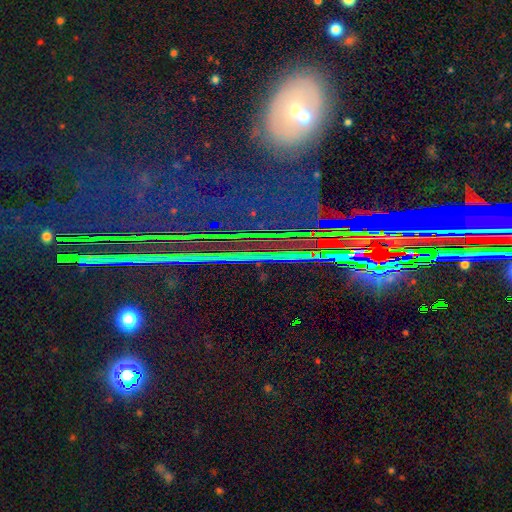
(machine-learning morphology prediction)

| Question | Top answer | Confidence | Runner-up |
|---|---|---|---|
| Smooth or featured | star or artifact | 75% | featured or disk (13%) |